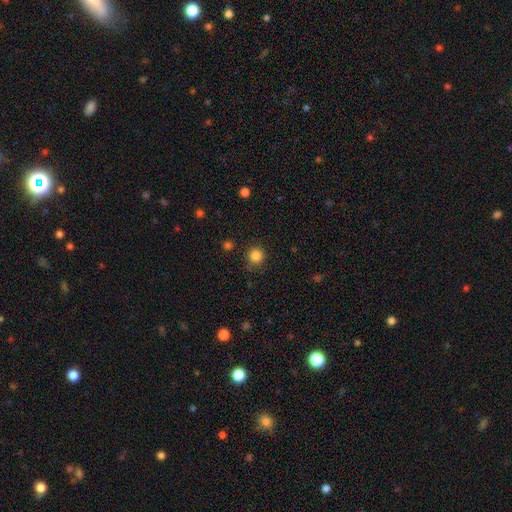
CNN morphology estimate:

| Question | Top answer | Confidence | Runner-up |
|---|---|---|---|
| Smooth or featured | smooth | 83% | star or artifact (12%) |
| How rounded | round | 94% | in between (5%) |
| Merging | none | 87% | minor disturbance (8%) |